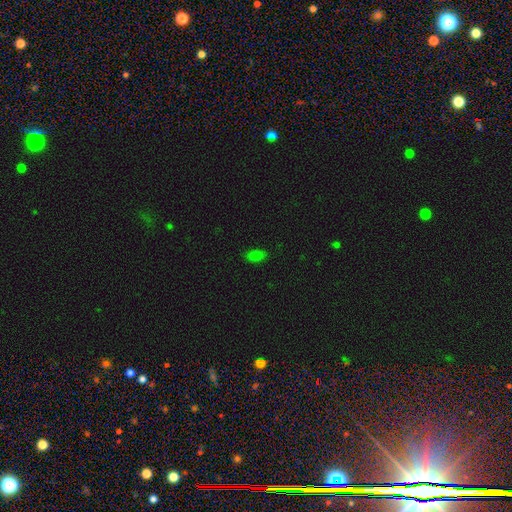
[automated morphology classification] Q: Smooth or featured?
A: smooth (80%); runner-up: star or artifact (15%)
Q: How rounded?
A: in between (90%); runner-up: round (5%)
Q: Merging?
A: none (85%); runner-up: minor disturbance (11%)